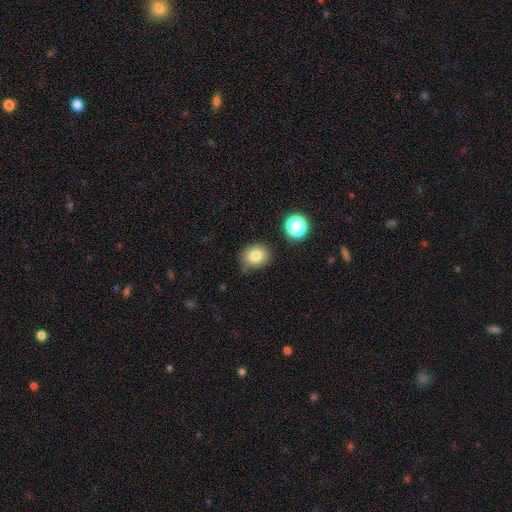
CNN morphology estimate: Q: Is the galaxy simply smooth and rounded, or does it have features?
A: smooth — 81%.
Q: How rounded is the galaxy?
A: round — 63%.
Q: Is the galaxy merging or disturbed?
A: none — 74%.